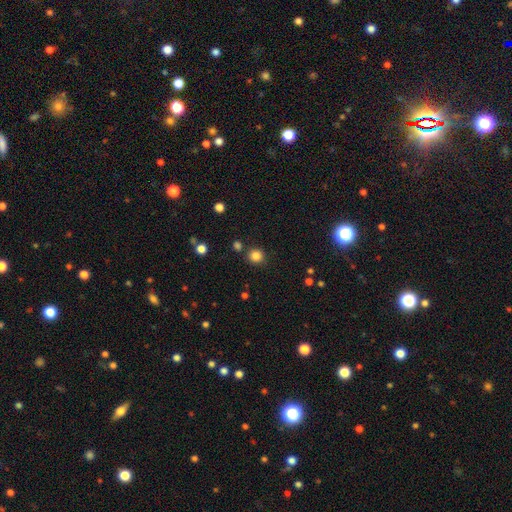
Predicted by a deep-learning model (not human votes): Smooth or featured? Predicted: smooth (p=0.83). How rounded? Predicted: round (p=0.90). Merging? Predicted: none (p=0.84).